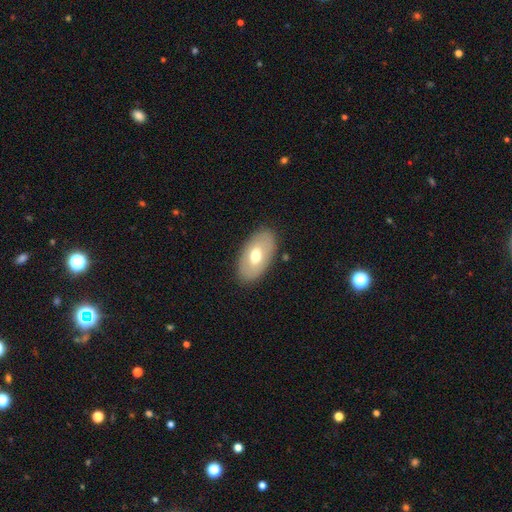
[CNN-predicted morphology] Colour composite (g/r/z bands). It shows a smooth galaxy with no disk features (61%) that is in between round and cigar-shaped (94%). Merging: none (86%).